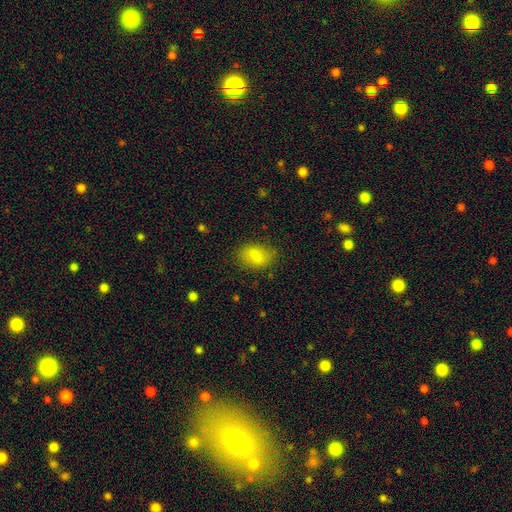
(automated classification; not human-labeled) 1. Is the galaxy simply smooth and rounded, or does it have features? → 76% smooth, 15% featured or disk, 8% star or artifact.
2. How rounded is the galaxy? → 83% in between, 15% round, 3% cigar-shaped.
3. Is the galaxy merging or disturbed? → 77% none, 17% minor disturbance, 5% major disturbance, 2% merger.